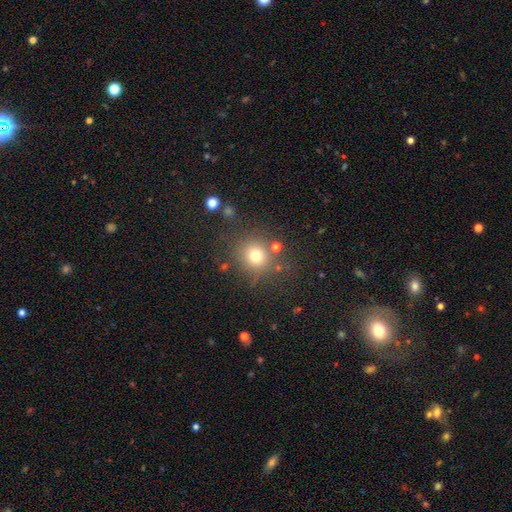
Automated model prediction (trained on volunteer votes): Overall: smooth (73%). How rounded: round (88%). Merging: none (77%).